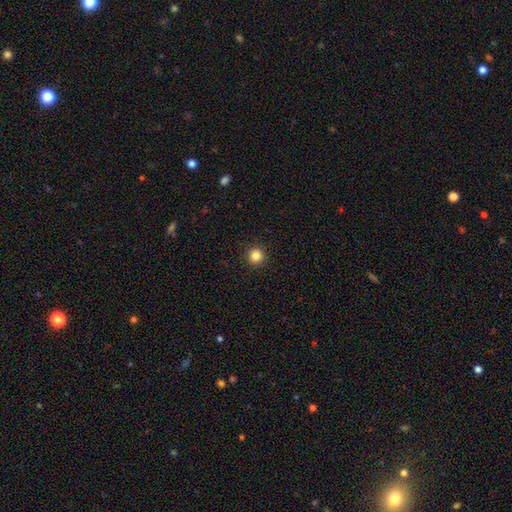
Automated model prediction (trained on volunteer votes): Morphology: type=smooth (85%); roundness=round (95%); merging=none (93%).